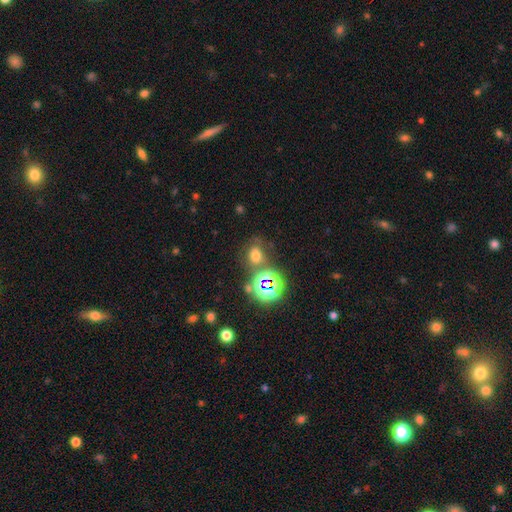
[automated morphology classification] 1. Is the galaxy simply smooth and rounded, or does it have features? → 58% smooth, 32% star or artifact, 10% featured or disk.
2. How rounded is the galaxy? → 56% round, 42% in between, 1% cigar-shaped.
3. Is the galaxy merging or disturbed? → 64% none, 15% minor disturbance, 14% merger, 7% major disturbance.